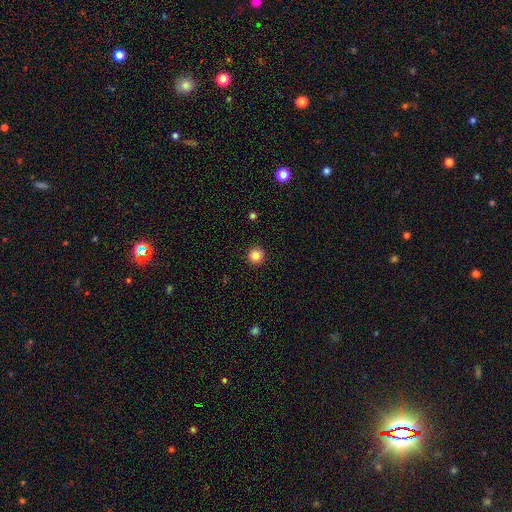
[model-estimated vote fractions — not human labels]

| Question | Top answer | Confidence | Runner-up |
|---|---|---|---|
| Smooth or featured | smooth | 84% | star or artifact (11%) |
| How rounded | round | 96% | in between (3%) |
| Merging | none | 93% | minor disturbance (4%) |